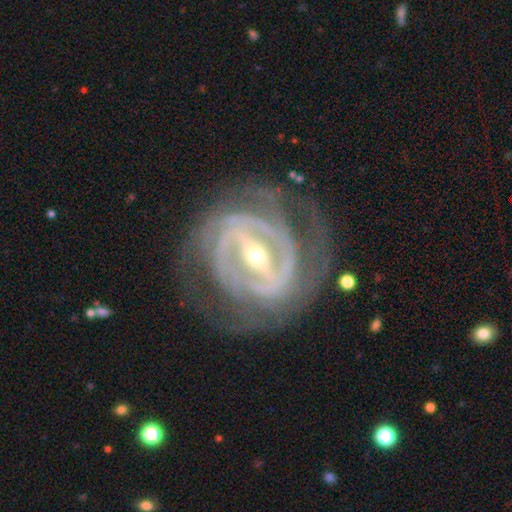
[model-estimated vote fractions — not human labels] Overall: featured or disk (91%). Edge-on disk: no (94%). Bar: strong (76%). Spiral arms: yes (92%). Spiral arm count: 2 (29%, tied with can't tell). Spiral winding: tight (72%). Bulge size: small (56%; moderate 40%). Merging: none (74%).